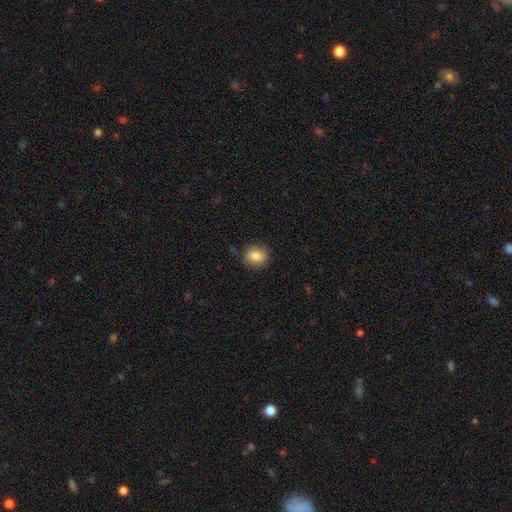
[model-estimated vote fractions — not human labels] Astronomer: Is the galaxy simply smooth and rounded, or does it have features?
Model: smooth — 83%.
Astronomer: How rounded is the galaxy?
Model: round — 63%.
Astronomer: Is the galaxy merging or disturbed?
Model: none — 80%.